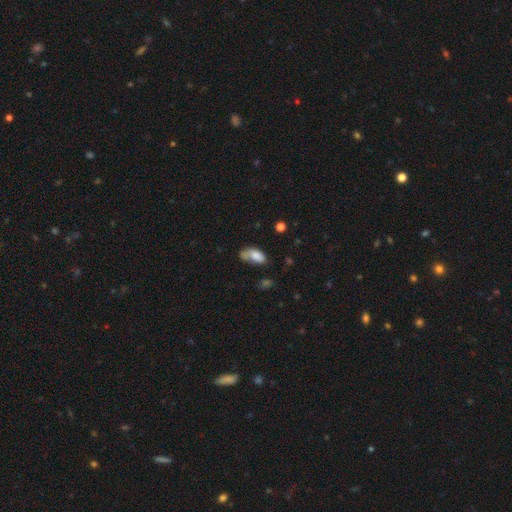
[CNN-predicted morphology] smooth-or-featured: smooth: 78% | featured or disk: 13% | star or artifact: 9%
  how-rounded: in between: 89% | cigar-shaped: 7% | round: 4%
  merging: none: 33% | minor disturbance: 30% | major disturbance: 20% | merger: 16%